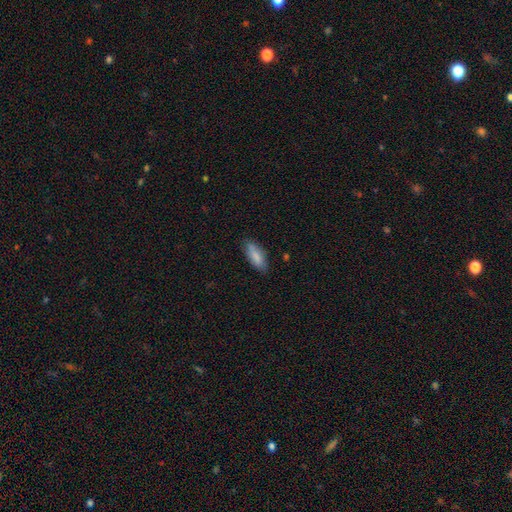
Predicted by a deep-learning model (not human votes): Smooth or featured? Predicted: smooth (p=0.84). How rounded? Predicted: in between (p=0.63). Merging? Predicted: none (p=0.81).